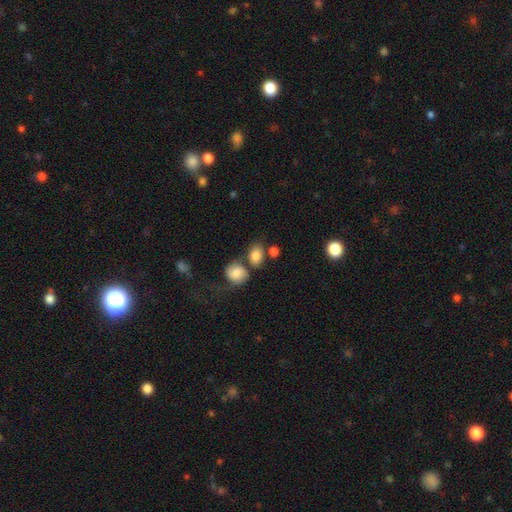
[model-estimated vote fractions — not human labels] A smooth galaxy with no disk features (82%) that is in between round and cigar-shaped (68%). Merging: none (50%).